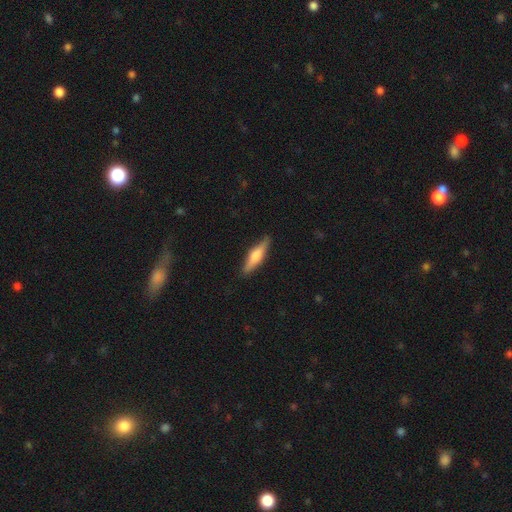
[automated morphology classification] Smooth or featured: smooth — 49% (featured or disk — 45%)
Merging: none — 88% (minor disturbance — 9%)